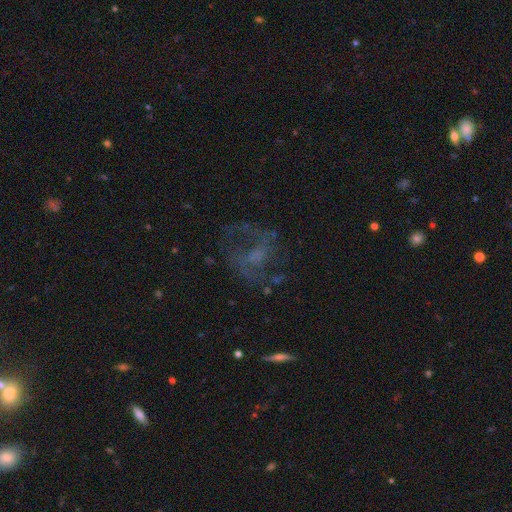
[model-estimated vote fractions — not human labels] Morphology: type=featured or disk (61%); edge-on=no (96%); bar=no (60%); spiral arms=yes (58%); bulge=none (49%); merging=none (53%).